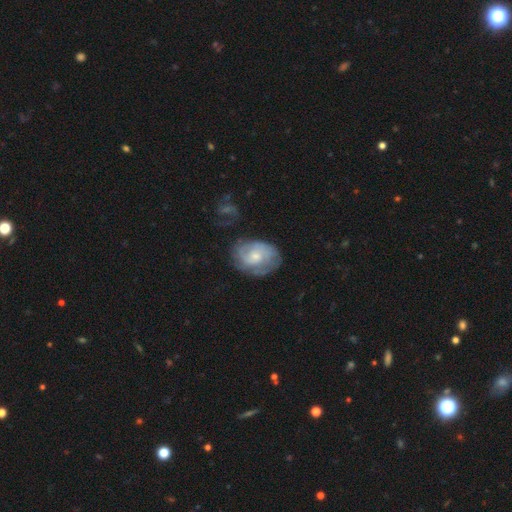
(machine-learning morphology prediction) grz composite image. It shows a featured or disk galaxy (69%) with no bar (71%), tight (53%) spiral arms (86%) and a small central bulge (51%). Merging: none (62%).